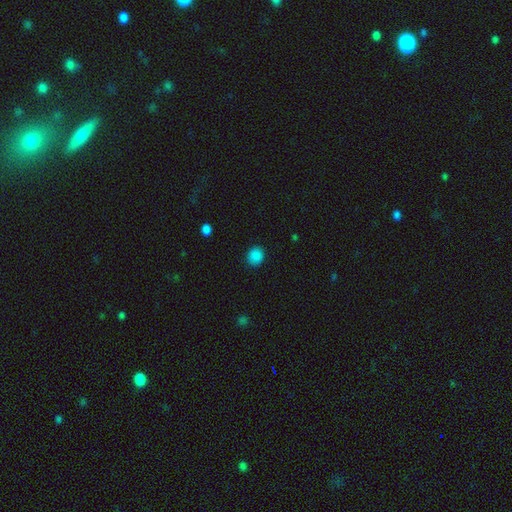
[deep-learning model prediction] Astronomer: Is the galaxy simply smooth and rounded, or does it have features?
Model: smooth — 87%.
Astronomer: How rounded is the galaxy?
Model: round — 79%.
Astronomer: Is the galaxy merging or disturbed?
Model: none — 88%.